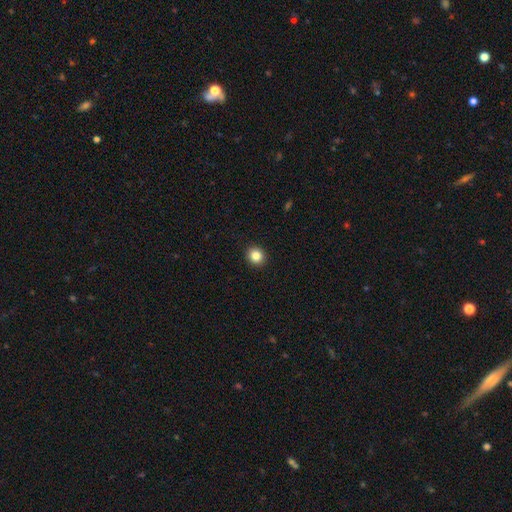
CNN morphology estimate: smooth 84%, star or artifact 11%, featured or disk 5%. Down the decision tree: how rounded — round (84%); merging — none (93%).